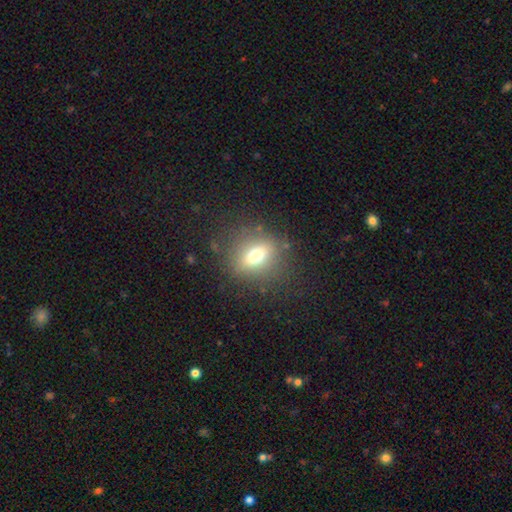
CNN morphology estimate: smooth-or-featured: smooth: 64% | featured or disk: 21% | star or artifact: 14%
  how-rounded: round: 54% | in between: 42% | cigar-shaped: 4%
  merging: none: 81% | minor disturbance: 11% | major disturbance: 6% | merger: 2%